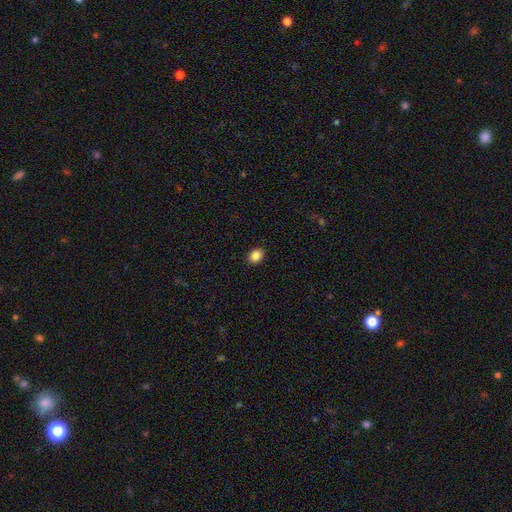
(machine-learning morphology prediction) Smooth or featured?
  - smooth: 87% *
  - star or artifact: 10%
  - featured or disk: 4%
How rounded?
  - in between: 56% *
  - round: 43%
  - cigar-shaped: 1%
Merging?
  - none: 91% *
  - minor disturbance: 6%
  - major disturbance: 2%
  - merger: 1%